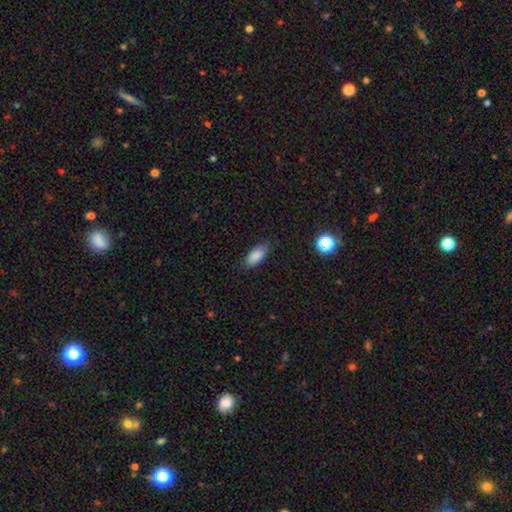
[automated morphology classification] A smooth galaxy with no disk features (86%) that is in between round and cigar-shaped (85%). Merging: none (80%).